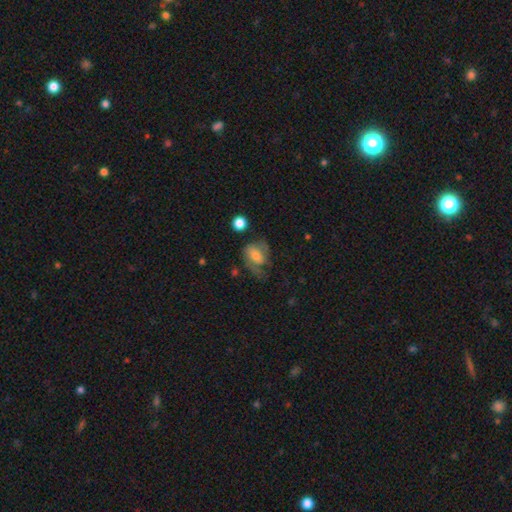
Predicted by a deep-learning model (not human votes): Smooth or featured: smooth — 46% (featured or disk — 45%)
Merging: none — 40% (major disturbance — 30%)